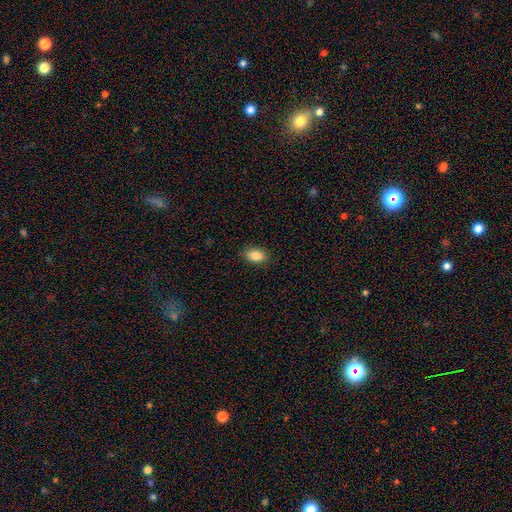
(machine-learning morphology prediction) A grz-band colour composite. It shows a smooth galaxy with no disk features (85%) that is in between round and cigar-shaped (89%). Merging: none (88%).